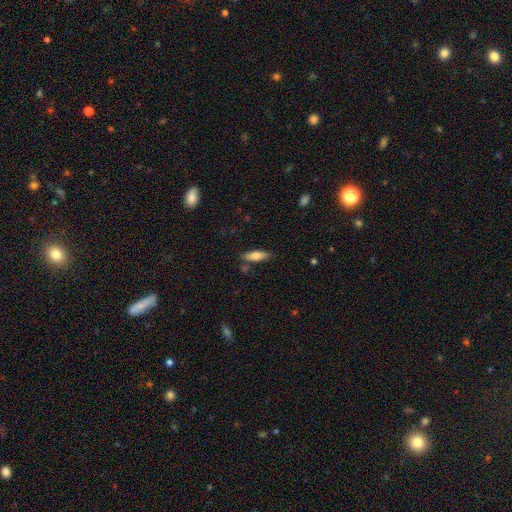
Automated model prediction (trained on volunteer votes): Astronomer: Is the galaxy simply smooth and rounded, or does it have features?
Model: smooth — 74%.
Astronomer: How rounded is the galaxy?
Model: in between — 54% (runner-up: cigar-shaped, 44%).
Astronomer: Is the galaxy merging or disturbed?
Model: none — 77%.